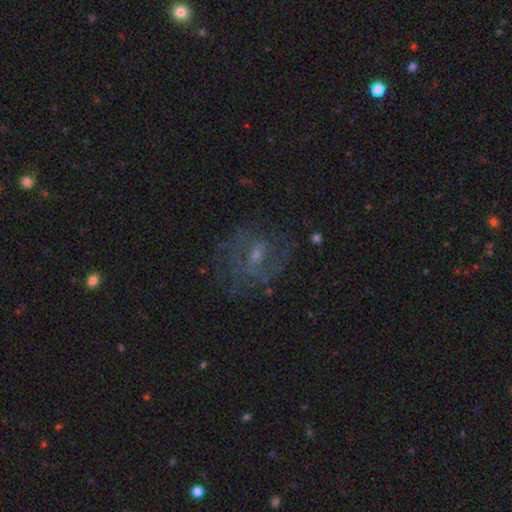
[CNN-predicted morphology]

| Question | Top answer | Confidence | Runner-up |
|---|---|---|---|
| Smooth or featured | featured or disk | 69% | smooth (17%) |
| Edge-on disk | no | 96% | yes (4%) |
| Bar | weak | 49% | no (40%) |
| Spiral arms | yes | 70% | no (30%) |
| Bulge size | small | 52% | moderate (34%) |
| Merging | none | 62% | minor disturbance (18%) |